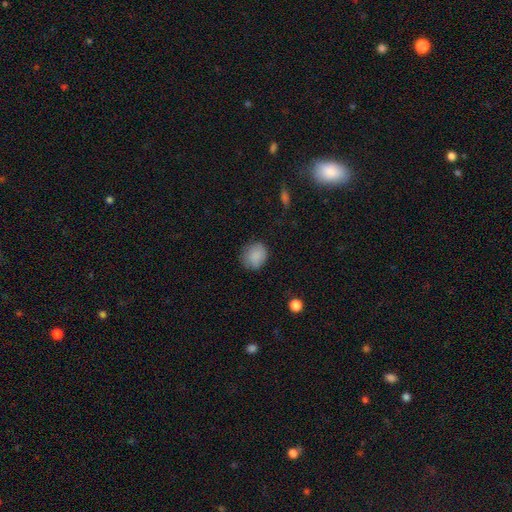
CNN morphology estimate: A smooth galaxy with no disk features (87%) that is round (74%). Merging: none (77%).